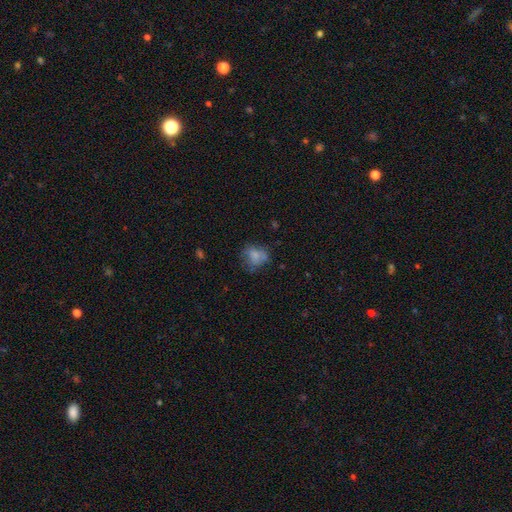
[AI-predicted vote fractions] Q: Smooth or featured?
A: smooth (67%); runner-up: featured or disk (22%)
Q: How rounded?
A: round (59%); runner-up: in between (40%)
Q: Merging?
A: none (48%); runner-up: minor disturbance (26%)